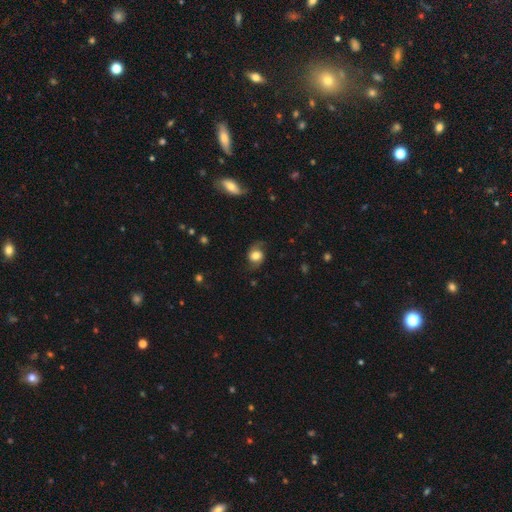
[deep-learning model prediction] smooth-or-featured: featured or disk: 52% | smooth: 39% | star or artifact: 9%
  disk-edge-on: no: 96% | yes: 4%
    bar: no: 65% | weak: 27% | strong: 7%
    has-spiral-arms: yes: 89% | no: 11%
    bulge-size: large: 41% | moderate: 39% | dominant: 10% | small: 7% | none: 3%
  merging: none: 73% | minor disturbance: 17% | major disturbance: 8% | merger: 1%